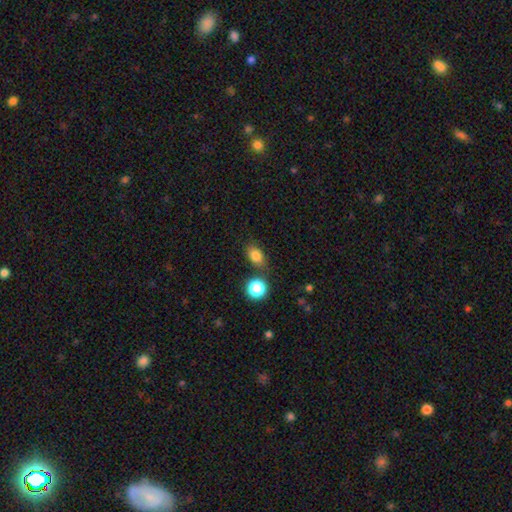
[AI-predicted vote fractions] A smooth galaxy with no disk features (81%) that is in between round and cigar-shaped (75%). Merging: none (72%).